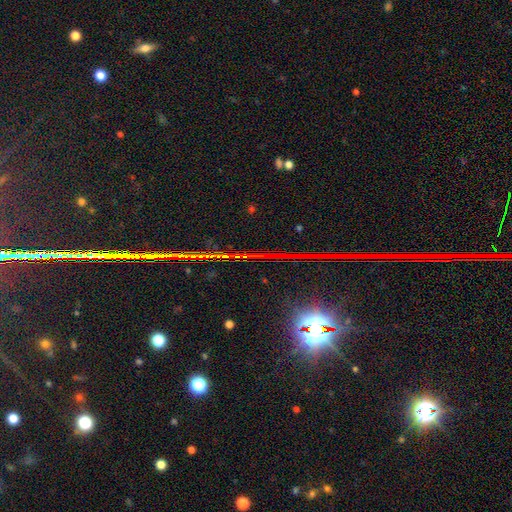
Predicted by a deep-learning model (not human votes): This appears to be a star or artifact, not a galaxy (82%).